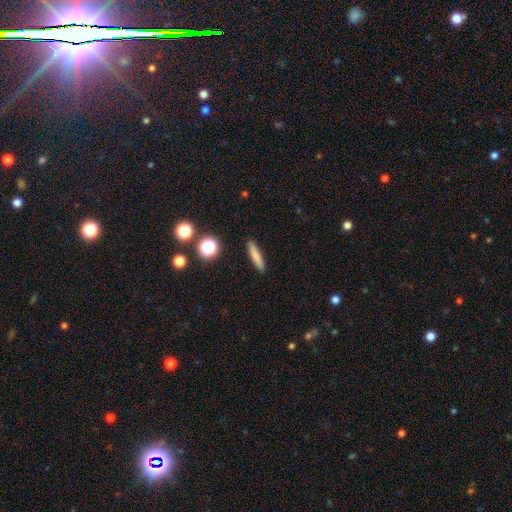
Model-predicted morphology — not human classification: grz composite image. It shows a smooth galaxy with no disk features (78%) that is cigar-shaped (86%). Merging: none (91%).